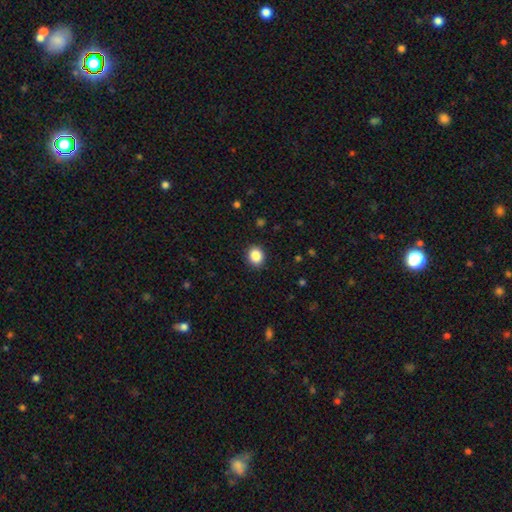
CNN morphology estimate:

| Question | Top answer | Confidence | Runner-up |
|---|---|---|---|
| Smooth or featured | smooth | 87% | star or artifact (9%) |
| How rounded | round | 66% | in between (33%) |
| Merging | none | 90% | minor disturbance (7%) |